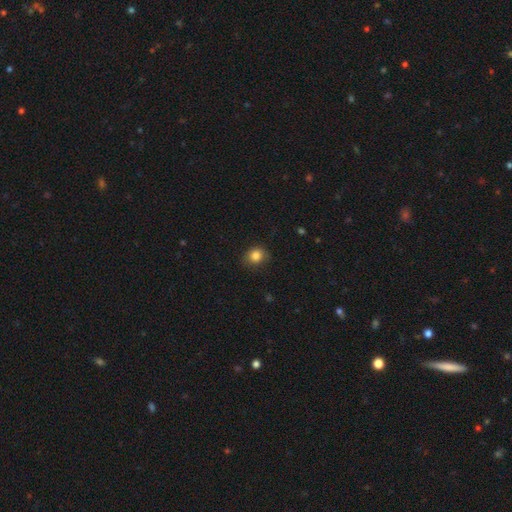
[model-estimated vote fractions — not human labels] Morphology: type=smooth (84%); roundness=round (71%); merging=none (79%).